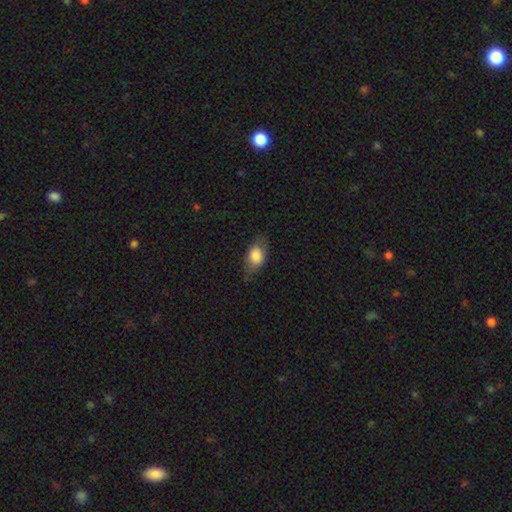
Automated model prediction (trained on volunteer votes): Q: Smooth or featured?
A: smooth (76%); runner-up: featured or disk (16%)
Q: How rounded?
A: in between (81%); runner-up: round (15%)
Q: Merging?
A: none (71%); runner-up: minor disturbance (21%)